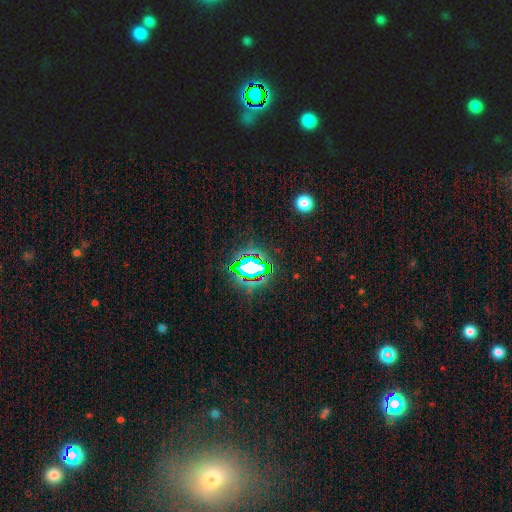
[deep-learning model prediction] A star or artifact, not a galaxy (66%).